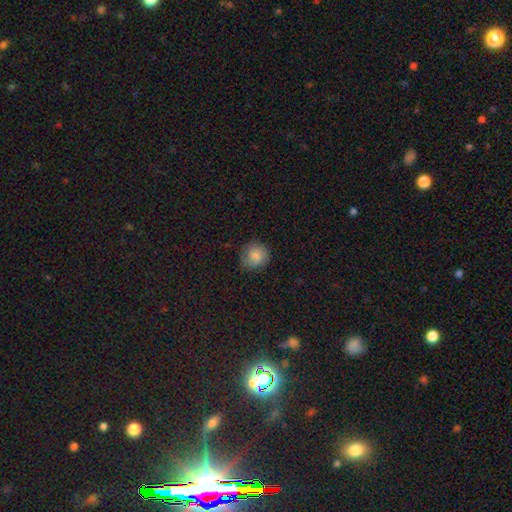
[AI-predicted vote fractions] A smooth galaxy with no disk features (83%) that is round (88%). Merging: none (77%).